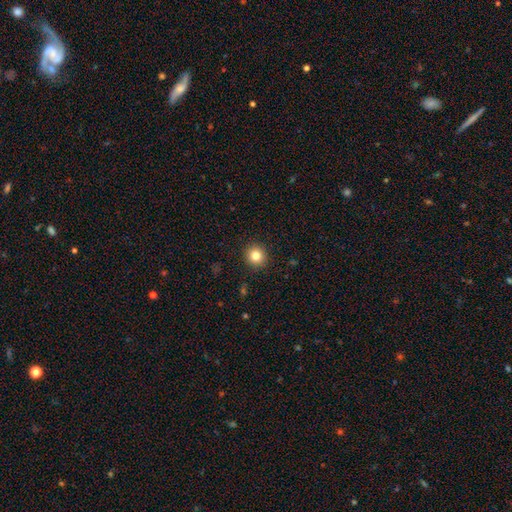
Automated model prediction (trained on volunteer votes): Q: Smooth or featured?
A: smooth (82%); runner-up: star or artifact (11%)
Q: How rounded?
A: round (91%); runner-up: in between (8%)
Q: Merging?
A: none (92%); runner-up: minor disturbance (6%)